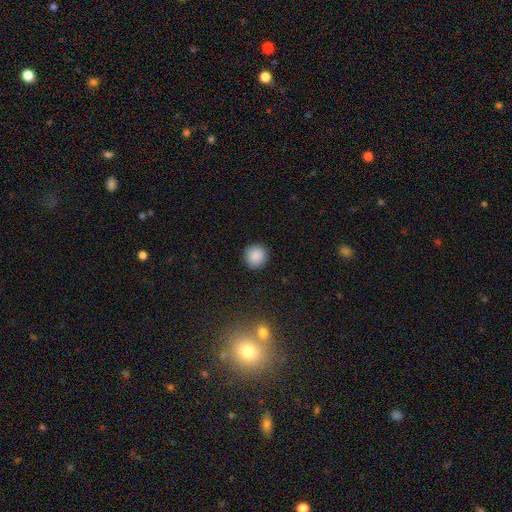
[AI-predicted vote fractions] A smooth galaxy with no disk features (88%) that is round (94%).

Vote fractions:
- Smooth or featured? smooth: 88% / star or artifact: 9% / featured or disk: 3%
- How rounded? round: 94% / in between: 5% / cigar-shaped: 1%
- Merging? none: 91% / minor disturbance: 6% / major disturbance: 2% / merger: 1%